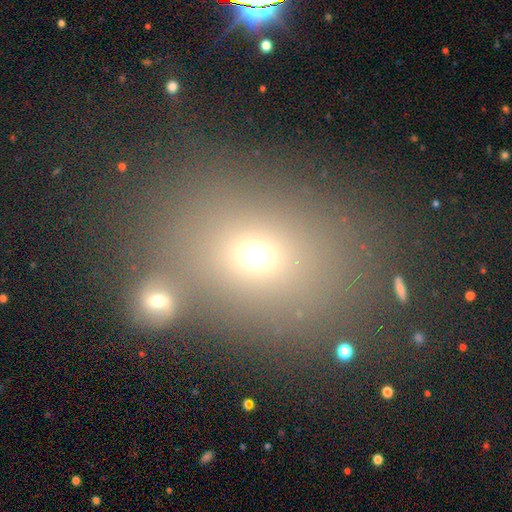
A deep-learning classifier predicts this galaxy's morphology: Smooth or featured? smooth (63%)
How rounded? in between (53%)
Merging? none (62%)